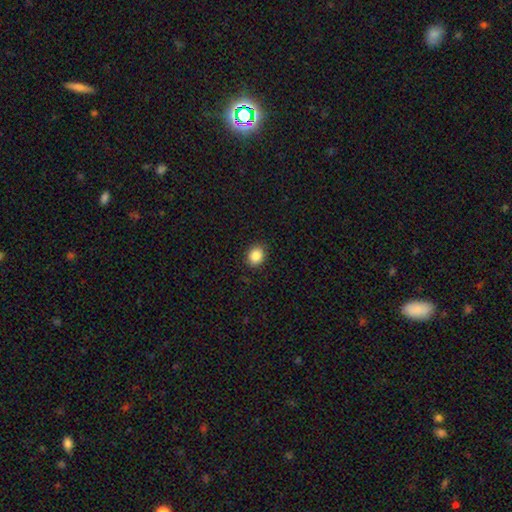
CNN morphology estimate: Q: Smooth or featured?
A: smooth (87%); runner-up: star or artifact (9%)
Q: How rounded?
A: round (66%); runner-up: in between (33%)
Q: Merging?
A: none (89%); runner-up: minor disturbance (8%)